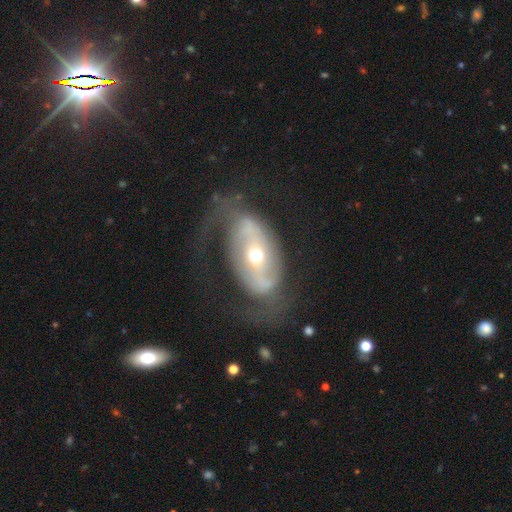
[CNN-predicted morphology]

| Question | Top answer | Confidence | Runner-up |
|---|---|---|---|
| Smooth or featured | featured or disk | 75% | smooth (18%) |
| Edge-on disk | no | 94% | yes (6%) |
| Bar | no | 46% | weak (28%) |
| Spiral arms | yes | 72% | no (28%) |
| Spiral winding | loose | 53% | medium (33%) |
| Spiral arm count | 2 | 84% | can't tell (8%) |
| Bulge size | moderate | 70% | small (16%) |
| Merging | none | 53% | major disturbance (26%) |